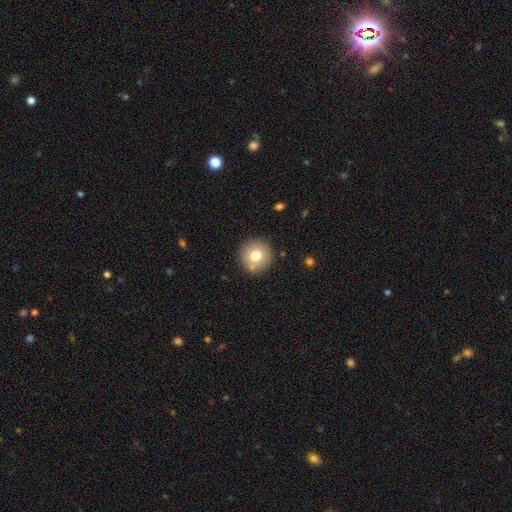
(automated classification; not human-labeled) This is likely a smooth galaxy (74%). How rounded: clearly round (94%). Merging: clearly none (84%).